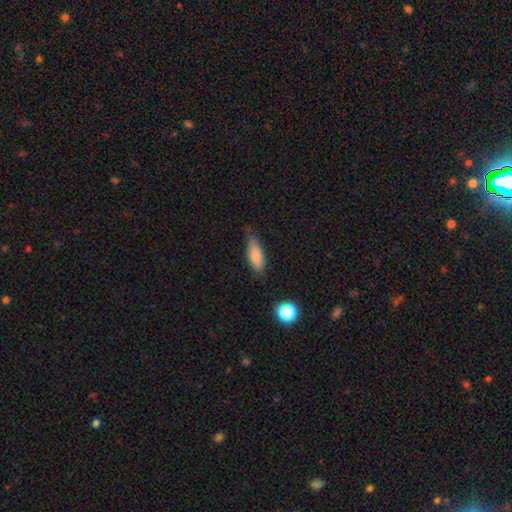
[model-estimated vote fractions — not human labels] A smooth galaxy with no disk features (82%) that is in between round and cigar-shaped (68%). Merging: none (58%).